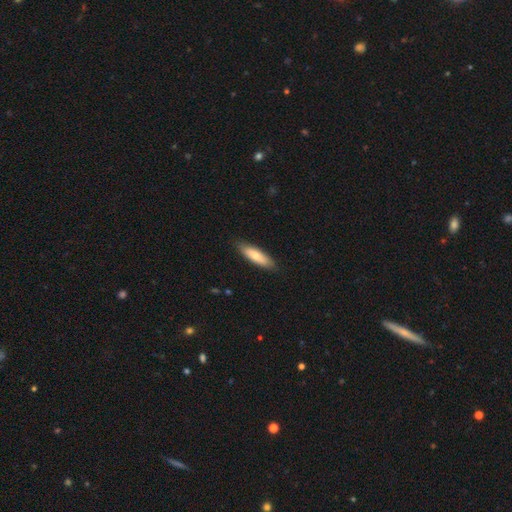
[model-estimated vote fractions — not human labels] Smooth or featured? Predicted: smooth (p=0.74). How rounded? Predicted: cigar-shaped (p=0.57). Merging? Predicted: none (p=0.86).